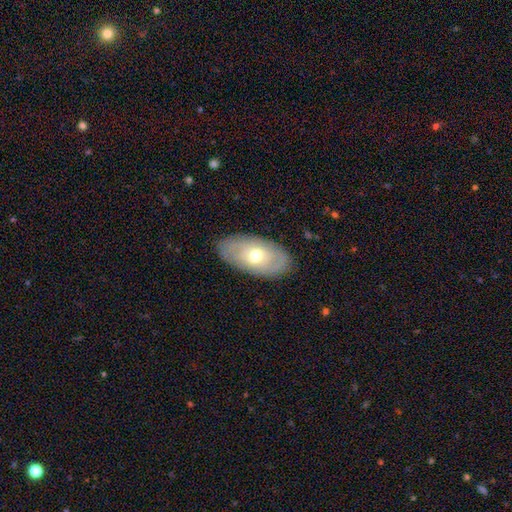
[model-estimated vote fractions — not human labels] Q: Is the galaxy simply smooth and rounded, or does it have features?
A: featured or disk — 50%.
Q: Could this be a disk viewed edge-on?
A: no — 86%.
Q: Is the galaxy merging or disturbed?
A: none — 84%.